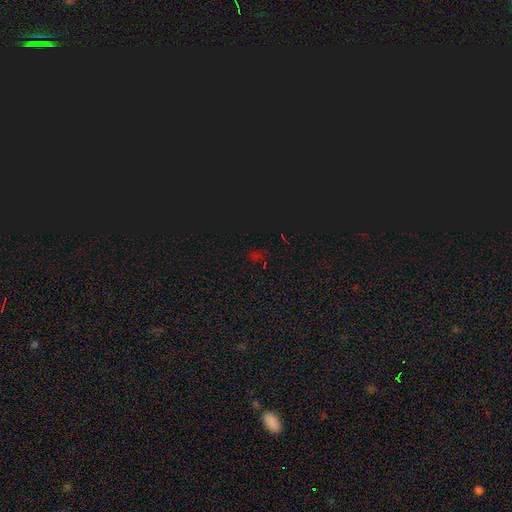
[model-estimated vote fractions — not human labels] Morphology: type=star or artifact (68%).